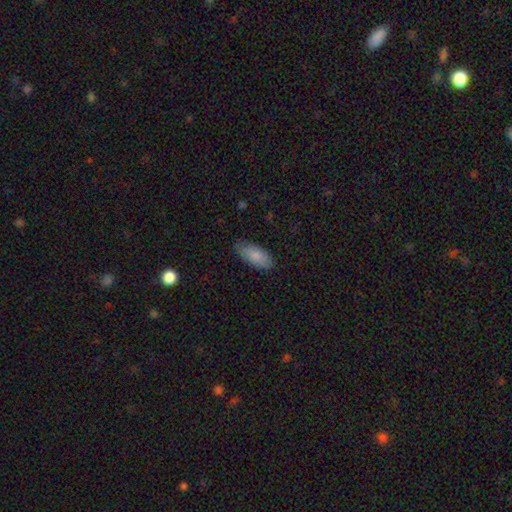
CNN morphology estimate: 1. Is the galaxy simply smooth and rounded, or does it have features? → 85% smooth, 9% featured or disk, 6% star or artifact.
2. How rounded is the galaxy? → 88% in between, 10% cigar-shaped, 2% round.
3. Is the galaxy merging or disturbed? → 79% none, 17% minor disturbance, 3% major disturbance, 1% merger.